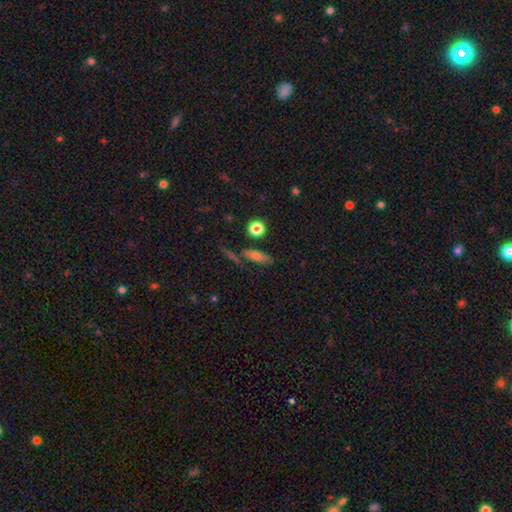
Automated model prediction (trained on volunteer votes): Smooth or featured: smooth — 65% (featured or disk — 19%)
How rounded: in between — 56% (cigar-shaped — 33%)
Merging: none — 70% (minor disturbance — 14%)